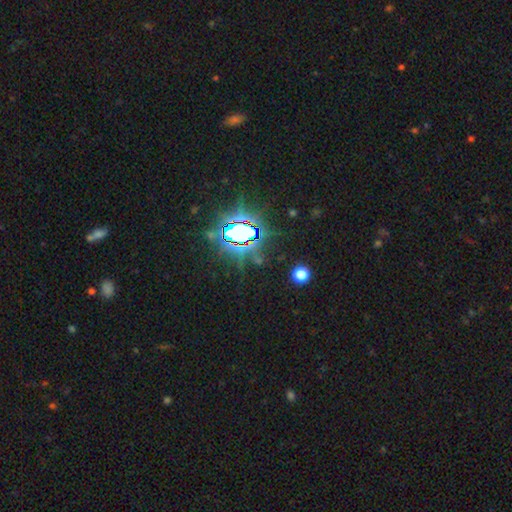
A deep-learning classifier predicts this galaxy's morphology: This appears to be a star or artifact, not a galaxy (82%).